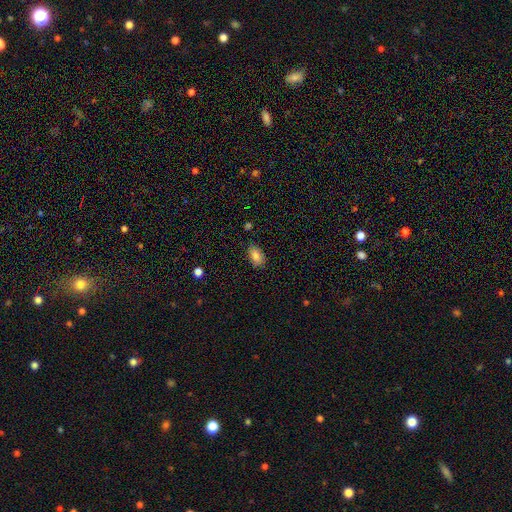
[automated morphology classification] Smooth or featured? Predicted: smooth (p=0.82). How rounded? Predicted: in between (p=0.91). Merging? Predicted: none (p=0.81).